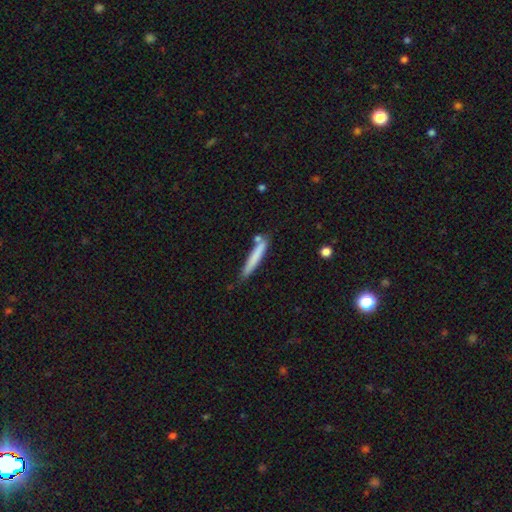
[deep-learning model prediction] smooth 73%, featured or disk 21%, star or artifact 6%. Down the decision tree: how rounded — cigar-shaped (95%); merging — none (73%).